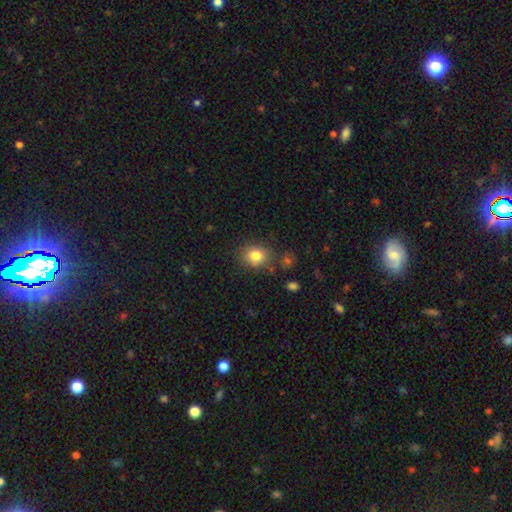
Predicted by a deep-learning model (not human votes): smooth 82%, star or artifact 10%, featured or disk 8%. Down the decision tree: how rounded — round (62%); merging — none (78%).